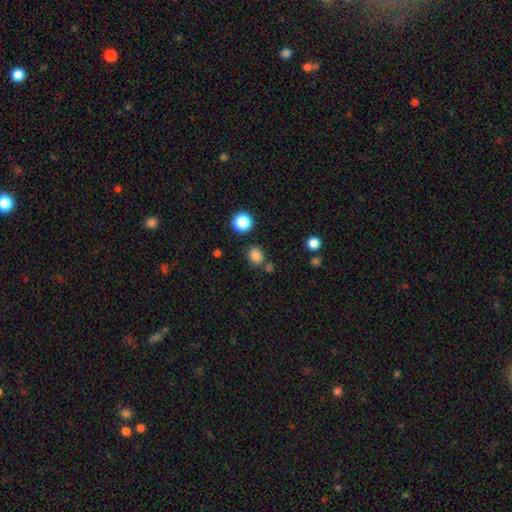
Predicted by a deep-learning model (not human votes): Smooth or featured: smooth — 82% (star or artifact — 14%)
How rounded: round — 77% (in between — 22%)
Merging: none — 77% (minor disturbance — 10%)